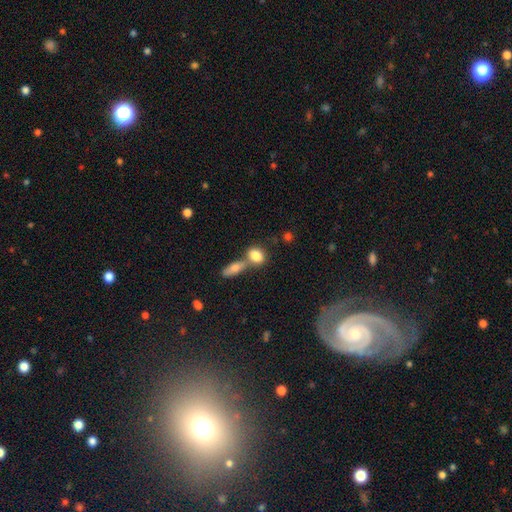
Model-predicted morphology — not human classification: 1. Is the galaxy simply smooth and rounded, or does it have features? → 82% smooth, 10% featured or disk, 8% star or artifact.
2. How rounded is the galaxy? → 68% in between, 27% round, 5% cigar-shaped.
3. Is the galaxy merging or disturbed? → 45% merger, 41% none, 10% minor disturbance, 4% major disturbance.